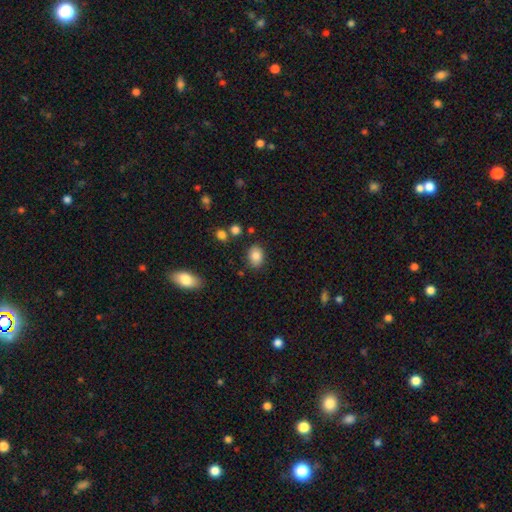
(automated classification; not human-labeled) smooth 83%, star or artifact 9%, featured or disk 8%. Down the decision tree: how rounded — in between (66%); merging — none (82%).